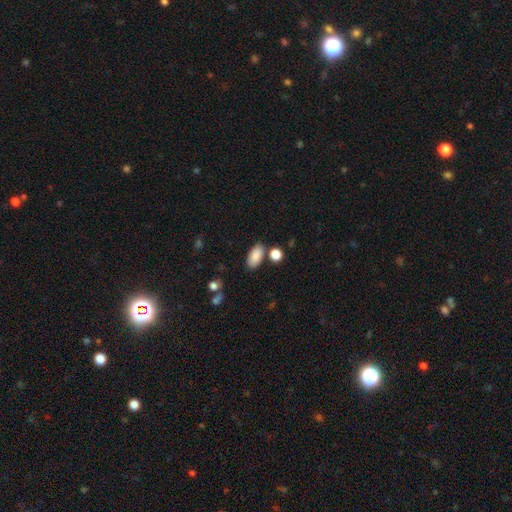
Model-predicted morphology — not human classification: Smooth or featured? smooth (87%)
How rounded? in between (93%)
Merging? none (78%)